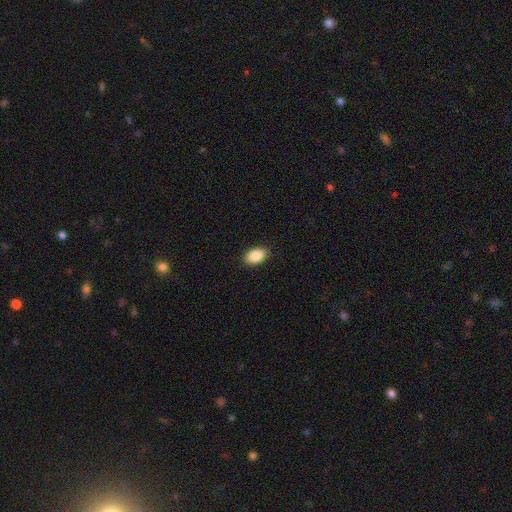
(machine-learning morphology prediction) smooth 88%, star or artifact 7%, featured or disk 5%. Down the decision tree: how rounded — in between (91%); merging — none (88%).